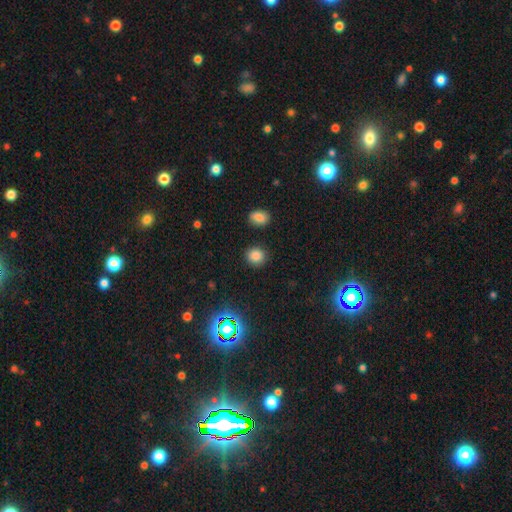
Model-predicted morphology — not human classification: Overall: smooth (83%). How rounded: round (83%). Merging: none (88%).